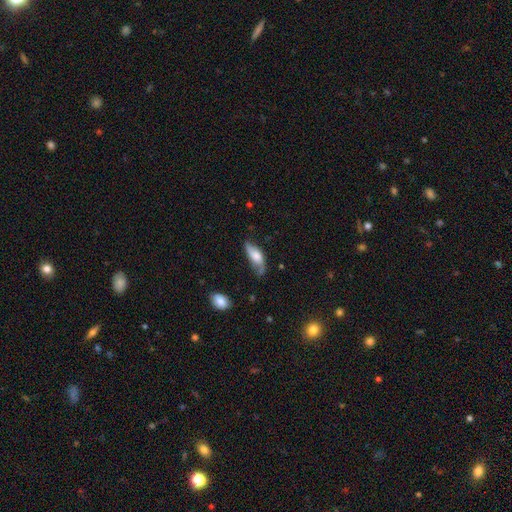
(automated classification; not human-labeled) smooth-or-featured: smooth: 52% | featured or disk: 41% | star or artifact: 7%
  how-rounded: in between: 72% | cigar-shaped: 25% | round: 3%
  merging: none: 44% | minor disturbance: 37% | major disturbance: 16% | merger: 4%